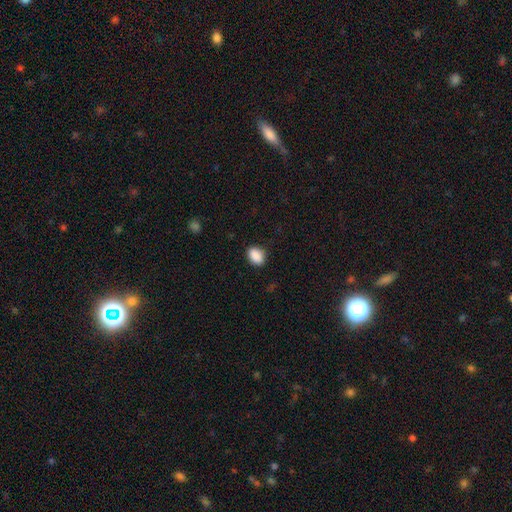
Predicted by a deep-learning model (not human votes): This appears to be a smooth galaxy with no disk features (89%) that is in between round and cigar-shaped (75%). Merging: none (85%).